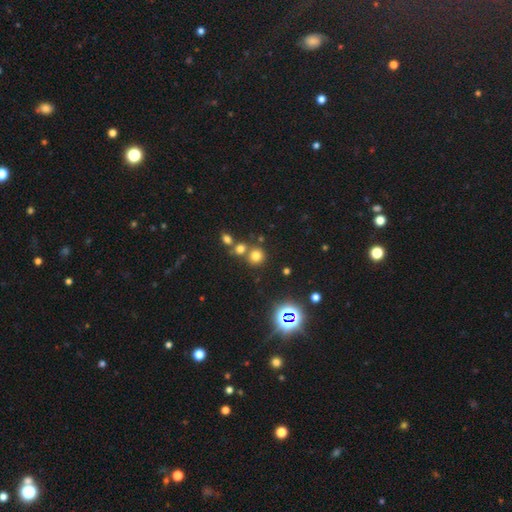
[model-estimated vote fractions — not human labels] This appears to be a smooth galaxy with no disk features (69%) that is round (88%). Merging: none (65%).